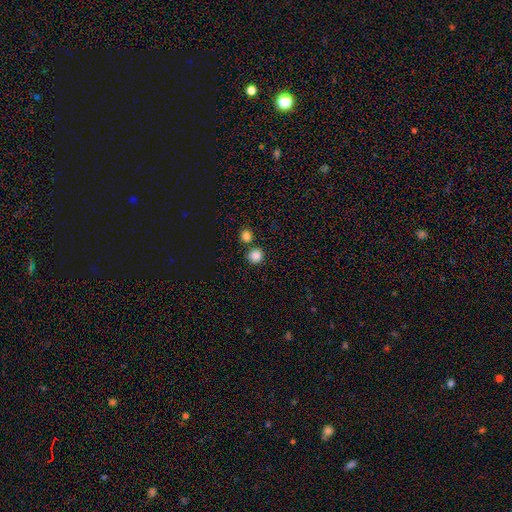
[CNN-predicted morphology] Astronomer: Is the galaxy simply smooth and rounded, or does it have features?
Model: smooth — 85%.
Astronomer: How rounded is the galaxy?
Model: round — 90%.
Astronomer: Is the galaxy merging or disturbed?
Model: none — 77%.